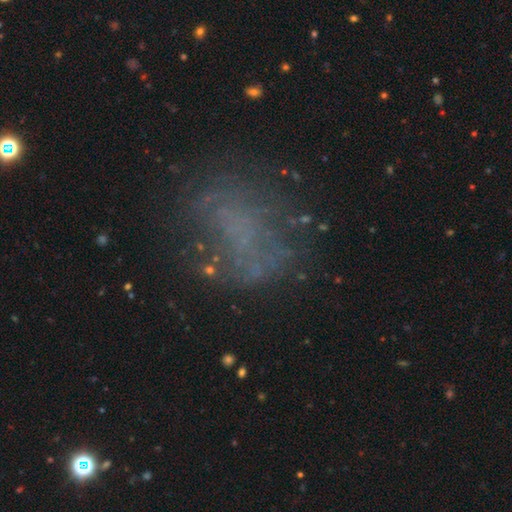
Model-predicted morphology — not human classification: The model was most divided on "smooth or featured": featured or disk: 41%, smooth: 33%, star or artifact: 25%. More confident: merging — none (56%).